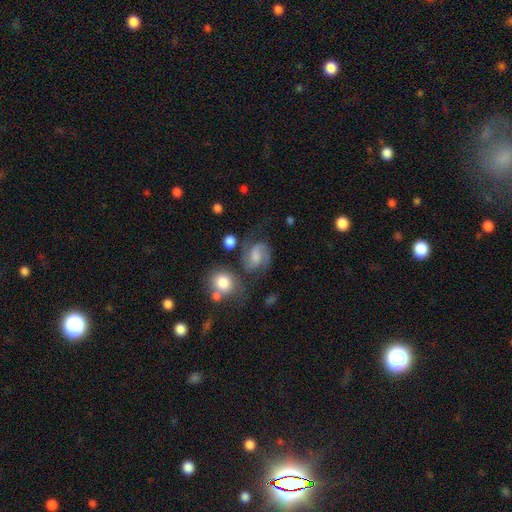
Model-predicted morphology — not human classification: Q: Smooth or featured?
A: featured or disk (72%); runner-up: smooth (19%)
Q: Edge-on disk?
A: no (98%); runner-up: yes (2%)
Q: Bar?
A: weak (48%); runner-up: no (35%)
Q: Spiral arms?
A: yes (95%); runner-up: no (5%)
Q: Spiral winding?
A: medium (58%); runner-up: tight (22%)
Q: Spiral arm count?
A: 2 (90%); runner-up: can't tell (4%)
Q: Bulge size?
A: moderate (37%); runner-up: small (29%)
Q: Merging?
A: none (61%); runner-up: minor disturbance (19%)